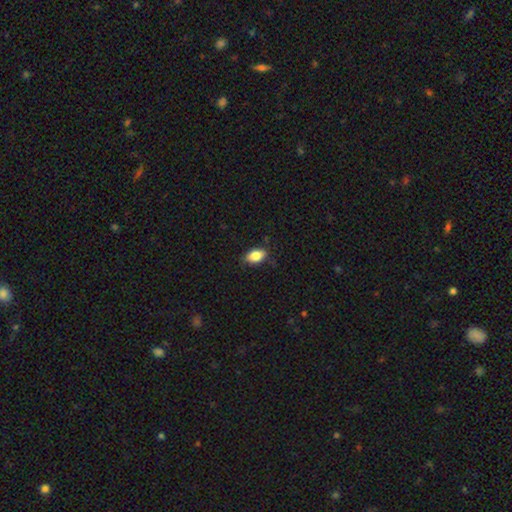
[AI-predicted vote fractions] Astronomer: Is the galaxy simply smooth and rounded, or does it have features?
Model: smooth — 84%.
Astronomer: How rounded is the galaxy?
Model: in between — 89%.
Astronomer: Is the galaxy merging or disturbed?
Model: none — 81%.